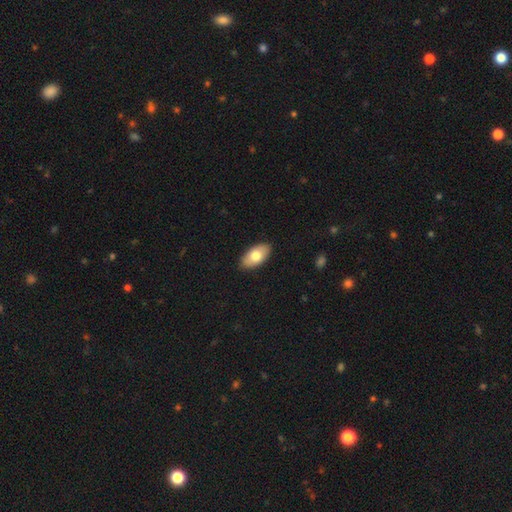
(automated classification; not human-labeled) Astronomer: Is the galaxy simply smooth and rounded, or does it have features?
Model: smooth — 73%.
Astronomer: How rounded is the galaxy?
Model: in between — 95%.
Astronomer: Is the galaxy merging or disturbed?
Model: none — 88%.